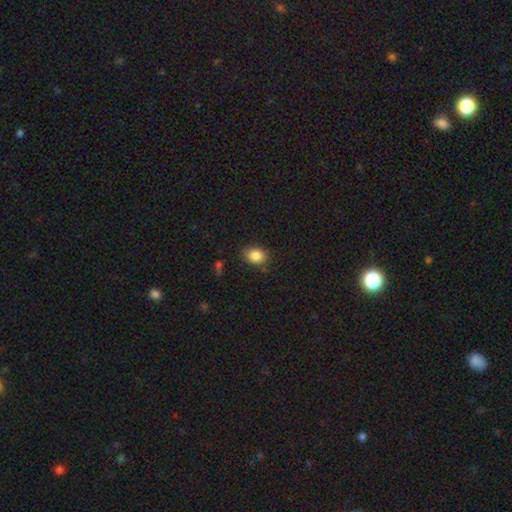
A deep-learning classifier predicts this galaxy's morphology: Smooth or featured: smooth — 86% (star or artifact — 9%)
How rounded: in between — 64% (round — 35%)
Merging: none — 80% (minor disturbance — 14%)